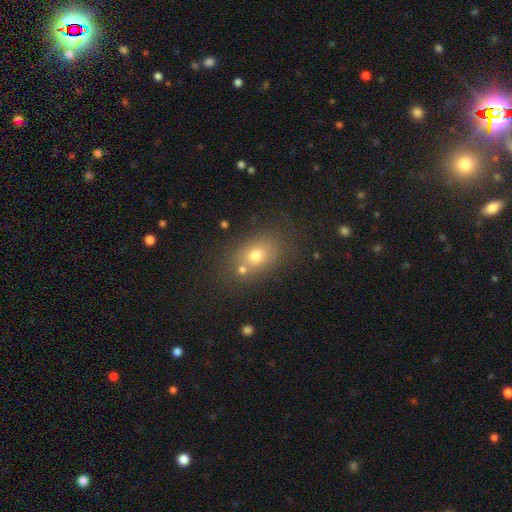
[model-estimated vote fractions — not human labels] A smooth galaxy with no disk features (70%) that is in between round and cigar-shaped (65%).

Vote fractions:
- Smooth or featured? smooth: 70% / star or artifact: 16% / featured or disk: 14%
- How rounded? in between: 65% / round: 34% / cigar-shaped: 2%
- Merging? none: 69% / merger: 14% / minor disturbance: 12% / major disturbance: 5%